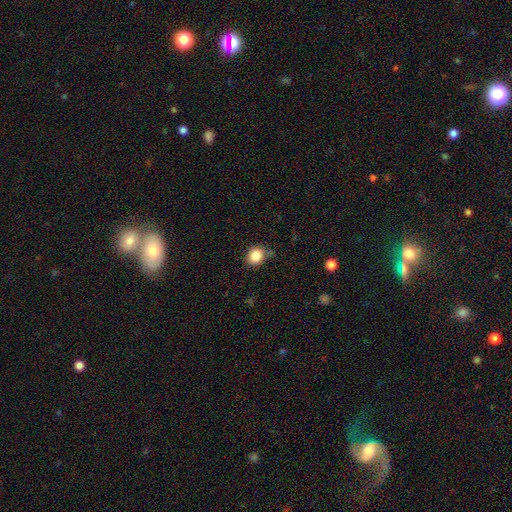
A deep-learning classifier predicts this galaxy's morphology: A smooth galaxy with no disk features (86%) that is round (66%). Merging: none (71%).